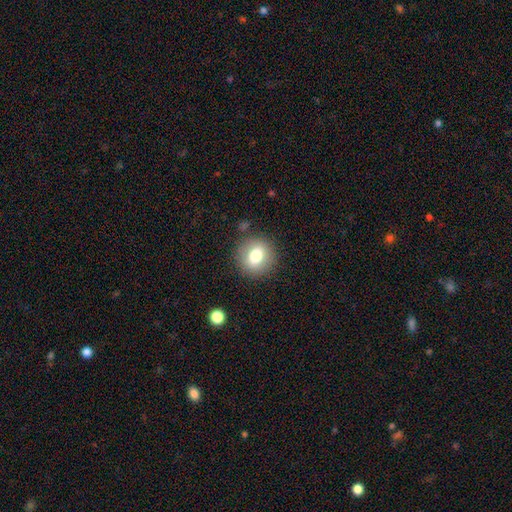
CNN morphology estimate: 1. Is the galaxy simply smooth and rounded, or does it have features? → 75% smooth, 16% featured or disk, 9% star or artifact.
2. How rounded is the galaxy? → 82% round, 17% in between, 1% cigar-shaped.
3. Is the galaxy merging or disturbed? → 86% none, 9% minor disturbance, 3% major disturbance, 2% merger.